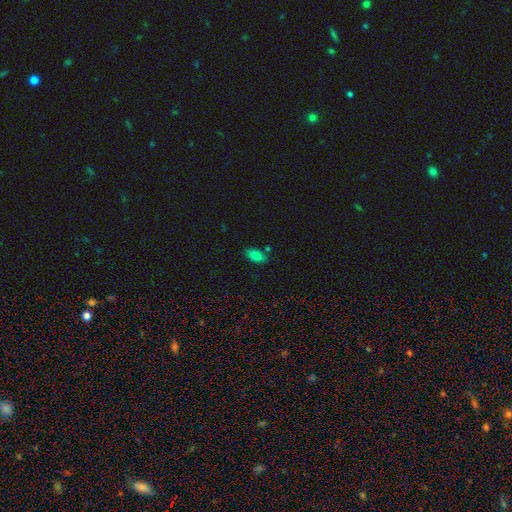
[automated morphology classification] Overall: smooth (78%). How rounded: in between (90%). Merging: none (77%).